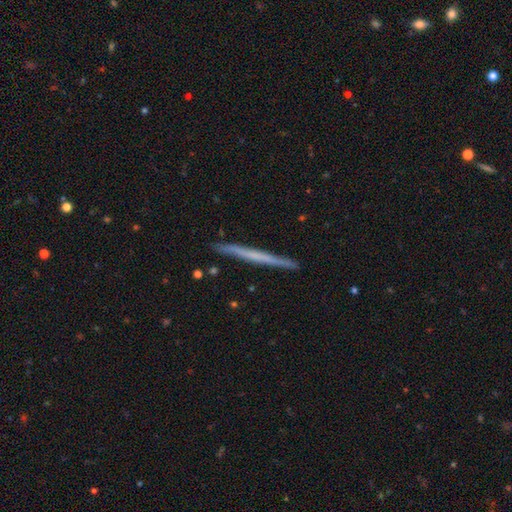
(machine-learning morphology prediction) type=featured or disk (54%); edge-on=yes (98%); edge-on bulge=none (89%); merging=none (92%).